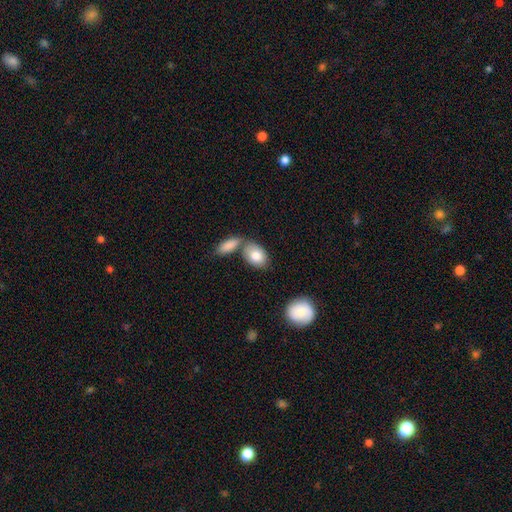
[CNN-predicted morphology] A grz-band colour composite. It shows a smooth galaxy with no disk features (82%) that is in between round and cigar-shaped (86%). Merging: none (53%).